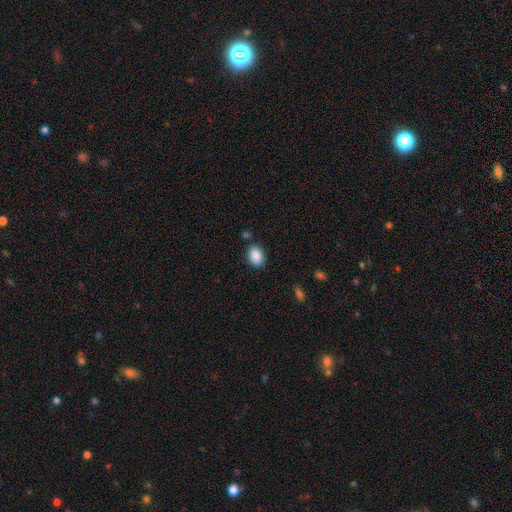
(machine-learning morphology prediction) smooth_or_featured: smooth (p=0.88) [alt: star or artifact p=0.08]
how_rounded: in between (p=0.78) [alt: round p=0.21]
merging: none (p=0.82) [alt: minor disturbance p=0.11]